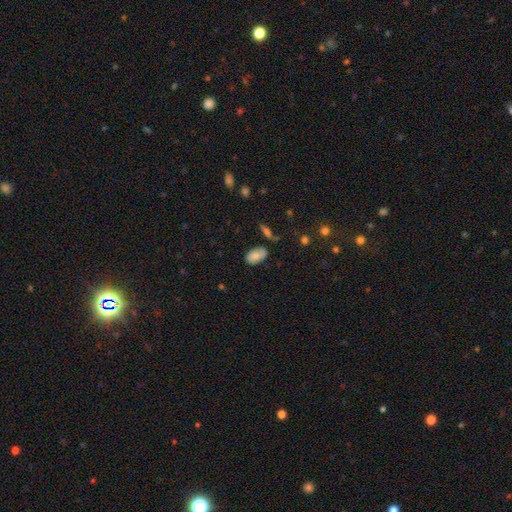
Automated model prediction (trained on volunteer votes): smooth_or_featured: smooth (p=0.79) [alt: featured or disk p=0.13]
how_rounded: in between (p=0.94) [alt: round p=0.05]
merging: none (p=0.73) [alt: minor disturbance p=0.19]